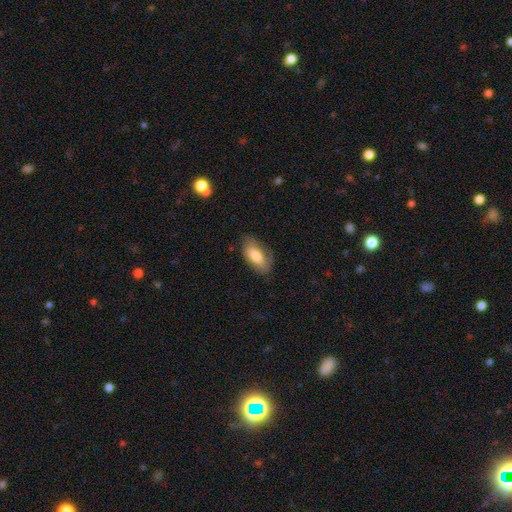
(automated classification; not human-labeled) Smooth or featured?
  - smooth: 72% *
  - featured or disk: 22%
  - star or artifact: 6%
How rounded?
  - in between: 87% *
  - cigar-shaped: 10%
  - round: 3%
Merging?
  - none: 71% *
  - minor disturbance: 21%
  - major disturbance: 6%
  - merger: 1%